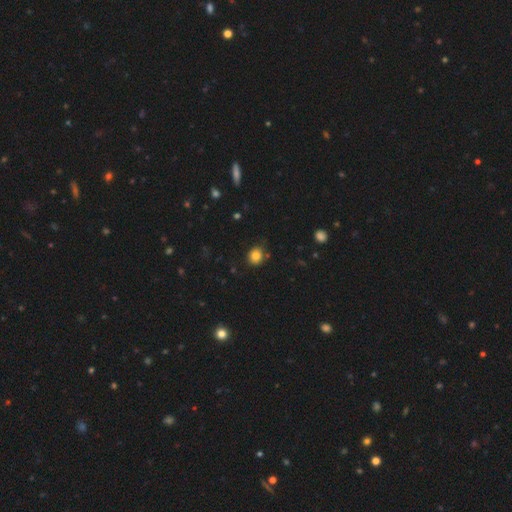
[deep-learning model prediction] This is clearly a smooth galaxy (83%). How rounded: likely round (72%). Merging: likely none (79%).